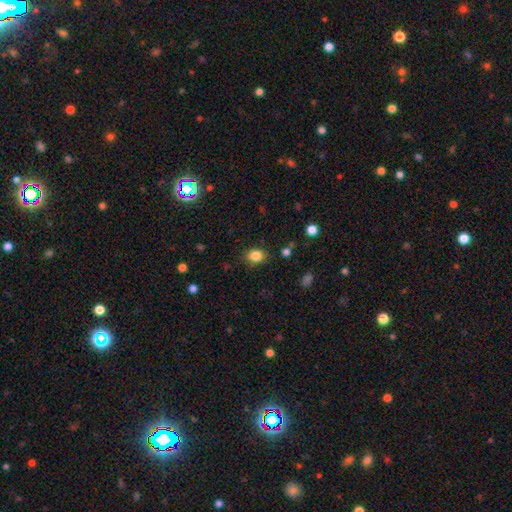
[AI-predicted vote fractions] Smooth or featured? Predicted: smooth (p=0.84). How rounded? Predicted: in between (p=0.55). Merging? Predicted: none (p=0.83).